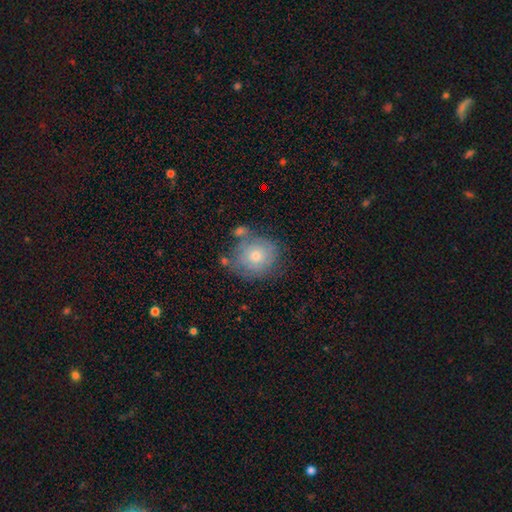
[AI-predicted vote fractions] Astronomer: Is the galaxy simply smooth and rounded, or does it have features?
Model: smooth — 54% (runner-up: featured or disk, 35%).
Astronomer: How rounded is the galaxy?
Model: round — 84%.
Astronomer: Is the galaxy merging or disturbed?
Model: none — 63%.